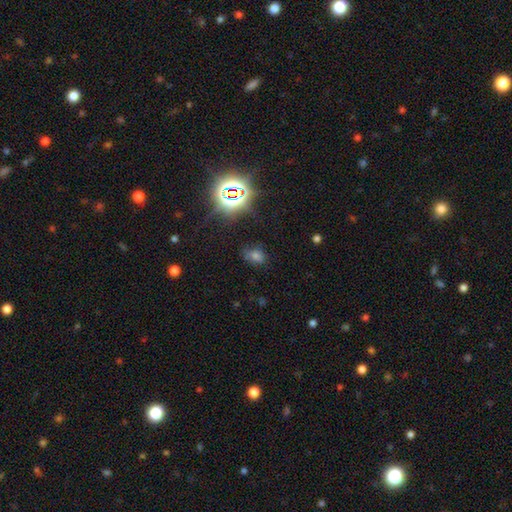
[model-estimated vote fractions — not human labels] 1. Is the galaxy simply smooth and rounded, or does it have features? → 46% star or artifact, 44% smooth, 10% featured or disk.